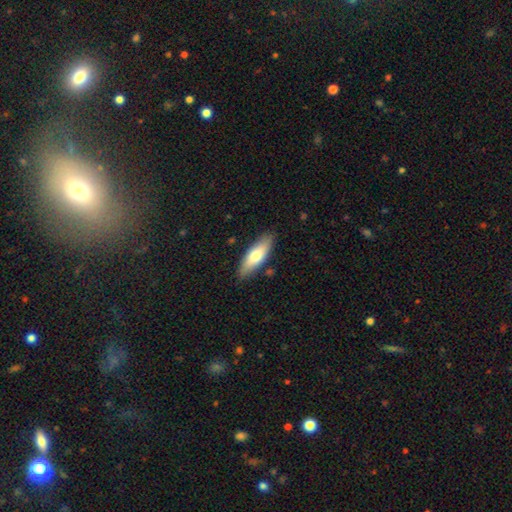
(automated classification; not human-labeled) Smooth or featured?
  - smooth: 69% *
  - featured or disk: 25%
  - star or artifact: 6%
How rounded?
  - in between: 63% *
  - cigar-shaped: 36%
  - round: 2%
Merging?
  - none: 86% *
  - minor disturbance: 11%
  - major disturbance: 2%
  - merger: 2%